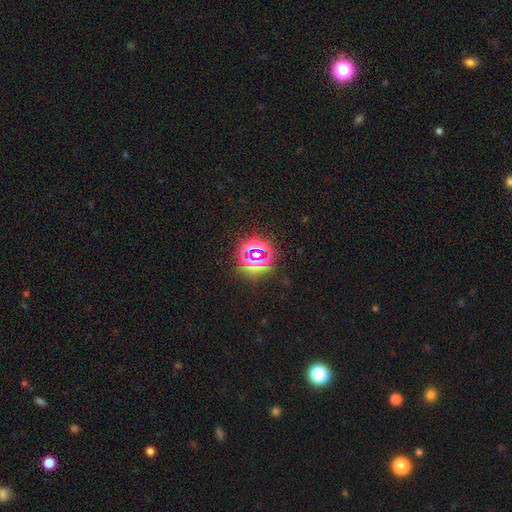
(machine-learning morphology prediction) Smooth or featured: star or artifact — 73% (smooth — 17%)